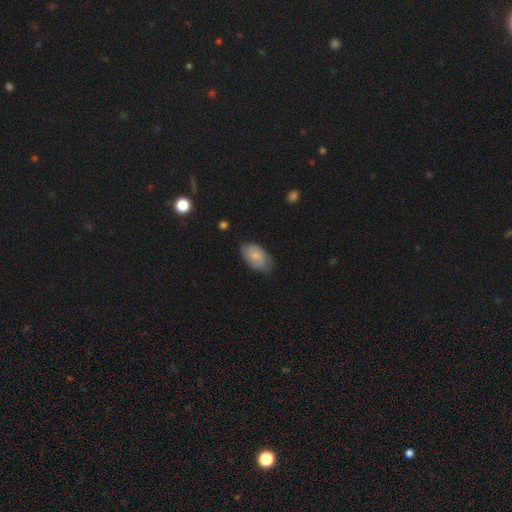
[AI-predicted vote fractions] This appears to be a smooth galaxy with no disk features (72%) that is in between round and cigar-shaped (93%). Merging: none (67%).